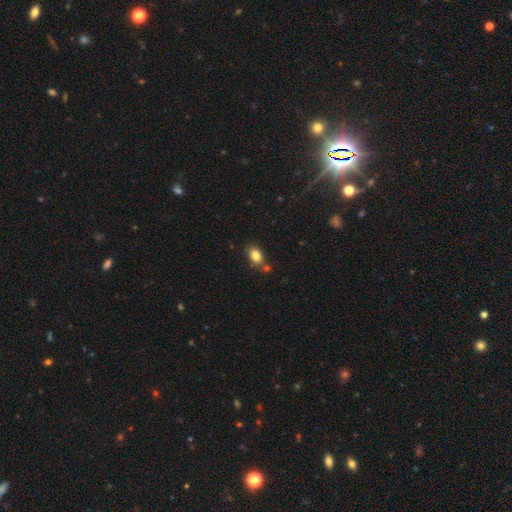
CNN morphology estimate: The model was most divided on "merging": none: 67%, minor disturbance: 15%, merger: 14%, major disturbance: 4%. More confident: how rounded — in between (83%); smooth or featured — smooth (82%).